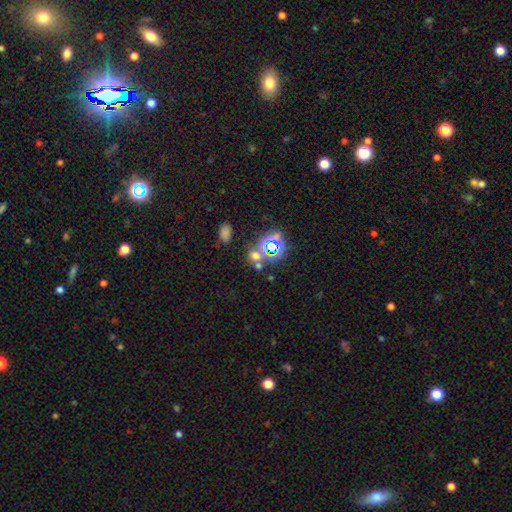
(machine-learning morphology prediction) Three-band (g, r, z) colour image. It shows a star or artifact, not a galaxy (50%).